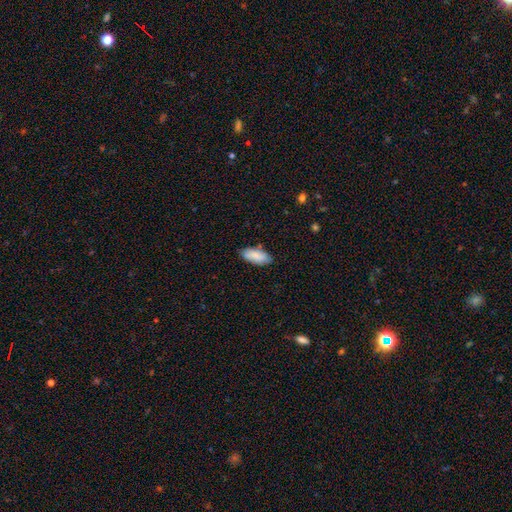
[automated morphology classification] Q: Smooth or featured?
A: smooth (86%); runner-up: featured or disk (8%)
Q: How rounded?
A: in between (86%); runner-up: cigar-shaped (12%)
Q: Merging?
A: none (80%); runner-up: minor disturbance (15%)